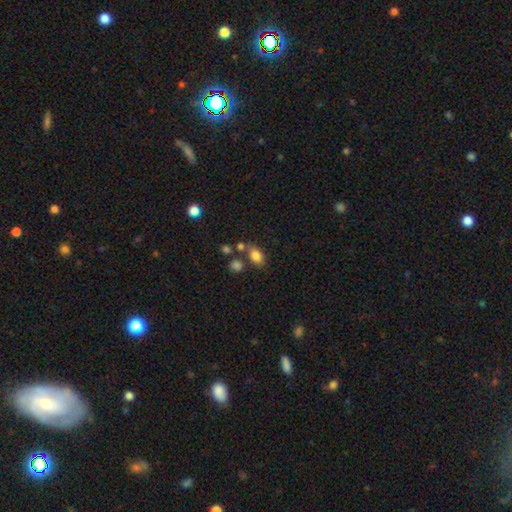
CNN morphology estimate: type=smooth (81%); roundness=in between (75%); merging=none (63%).